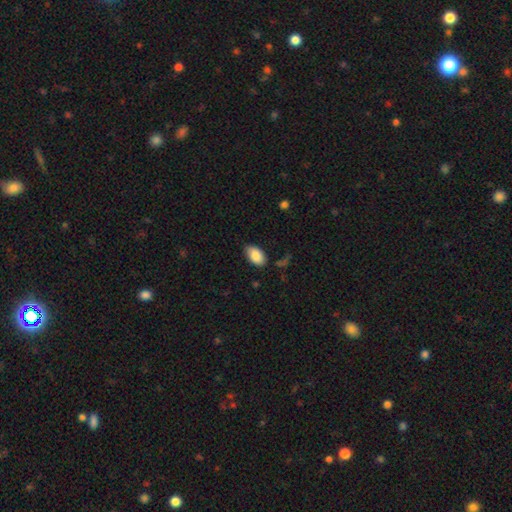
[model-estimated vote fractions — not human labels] This is clearly a smooth galaxy (87%). How rounded: clearly in between (94%). Merging: likely none (77%).